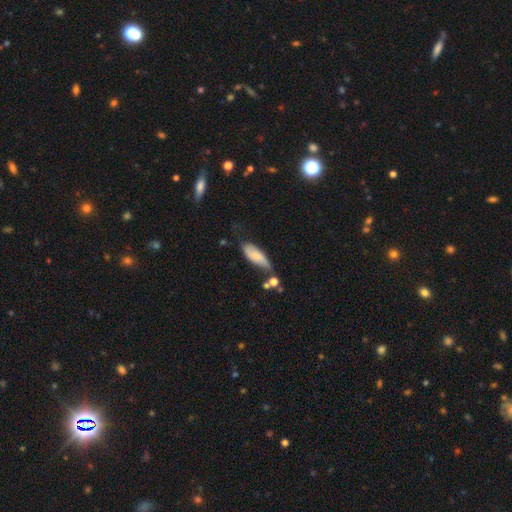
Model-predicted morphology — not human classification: smooth-or-featured: smooth: 70% | featured or disk: 23% | star or artifact: 7%
  how-rounded: in between: 72% | cigar-shaped: 25% | round: 2%
  merging: none: 39% | minor disturbance: 34% | major disturbance: 15% | merger: 12%